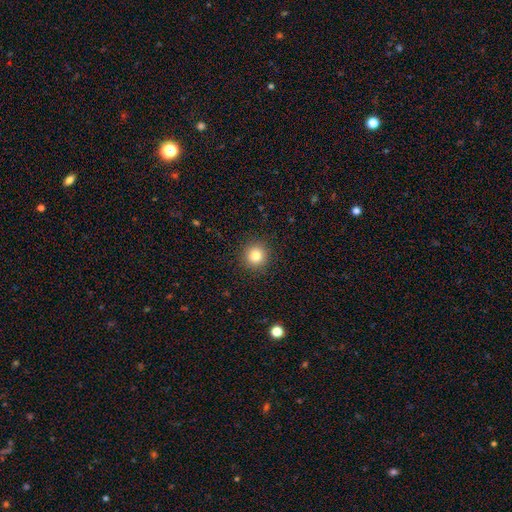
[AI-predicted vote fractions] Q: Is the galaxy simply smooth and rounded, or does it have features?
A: smooth — 81%.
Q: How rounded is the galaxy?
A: round — 94%.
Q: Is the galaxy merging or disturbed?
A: none — 91%.